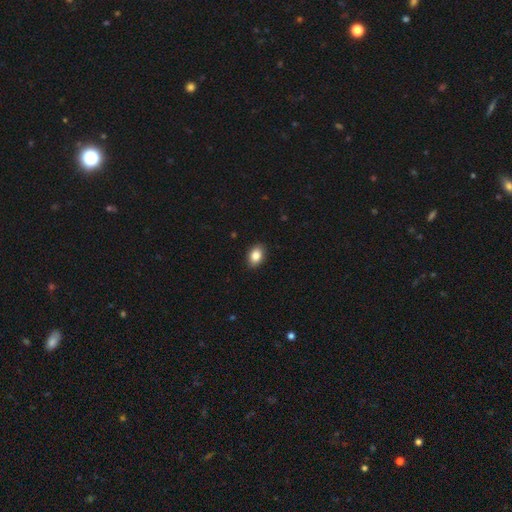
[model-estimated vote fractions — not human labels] A smooth galaxy with no disk features (84%) that is in between round and cigar-shaped (84%). Merging: none (90%).